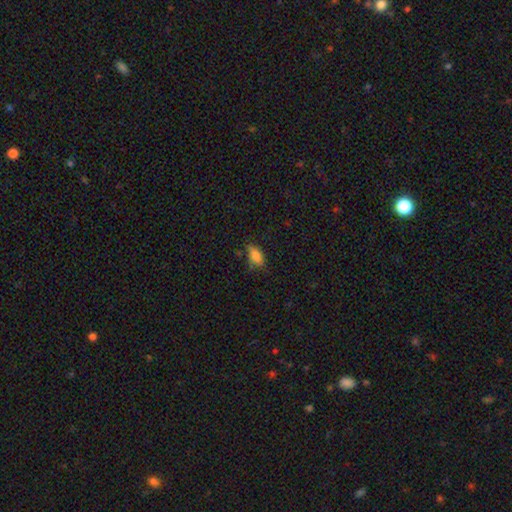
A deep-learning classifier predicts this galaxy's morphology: A smooth galaxy with no disk features (79%) that is in between round and cigar-shaped (83%). Merging: none (60%).